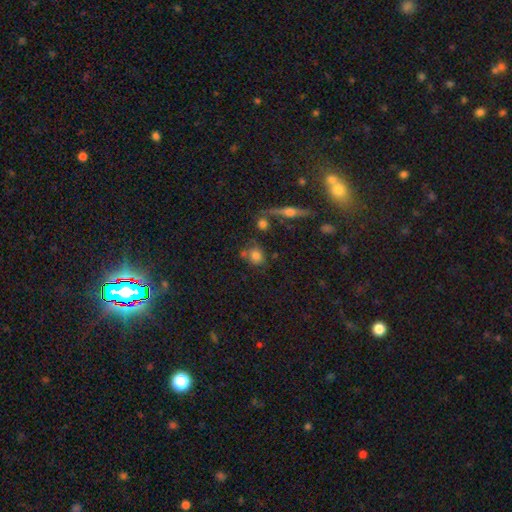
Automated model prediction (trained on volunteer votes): This is likely a smooth galaxy (74%). How rounded: likely round (69%). Merging: likely none (64%).